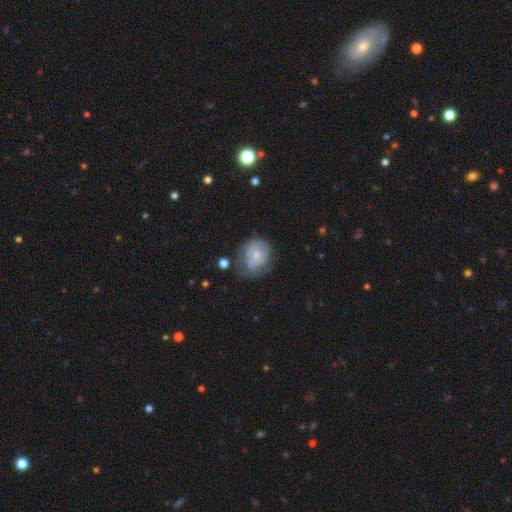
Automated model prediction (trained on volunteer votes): This is possibly a featured or disk galaxy (56%). It is clearly not viewed edge-on (97%). Bar: likely no (71%). Spiral arm pattern: likely yes (75%). Central bulge: possibly small (58%). Merging: possibly none (54%).